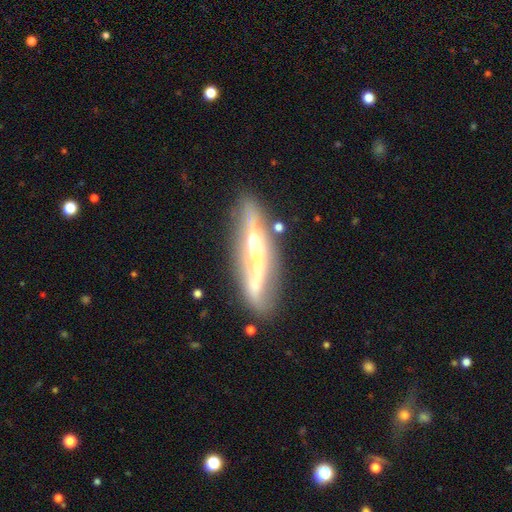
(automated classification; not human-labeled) Smooth or featured?
  - featured or disk: 71% *
  - smooth: 22%
  - star or artifact: 7%
Edge-on disk?
  - yes: 72% *
  - no: 28%
Edge-on bulge?
  - rounded: 47% *
  - none: 39%
  - boxy: 14%
Merging?
  - none: 72% *
  - minor disturbance: 18%
  - major disturbance: 6%
  - merger: 4%